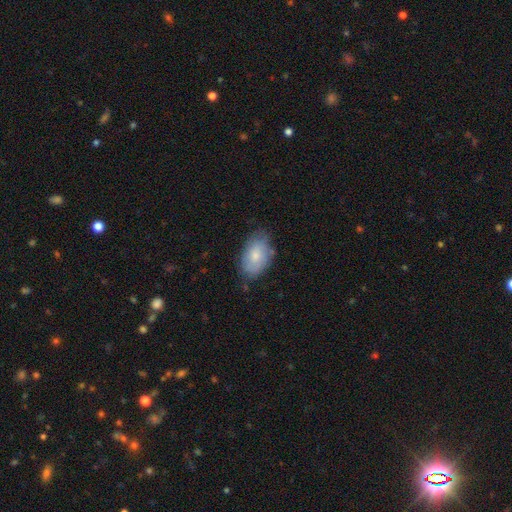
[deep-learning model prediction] smooth_or_featured: smooth (p=0.70) [alt: featured or disk p=0.23]
how_rounded: in between (p=0.92) [alt: round p=0.07]
merging: none (p=0.69) [alt: minor disturbance p=0.24]